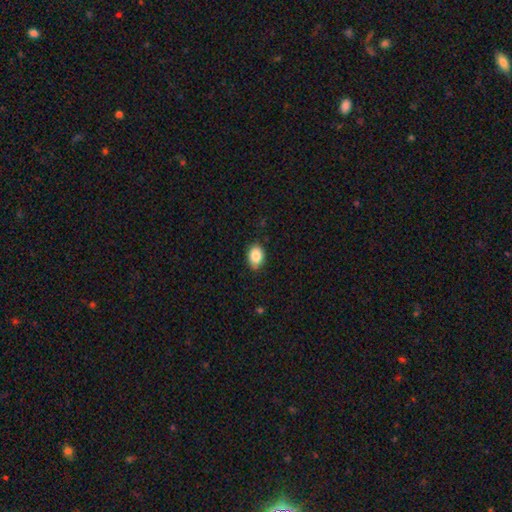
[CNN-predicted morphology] Smooth or featured: smooth — 86% (star or artifact — 8%)
How rounded: in between — 77% (round — 22%)
Merging: none — 80% (minor disturbance — 16%)